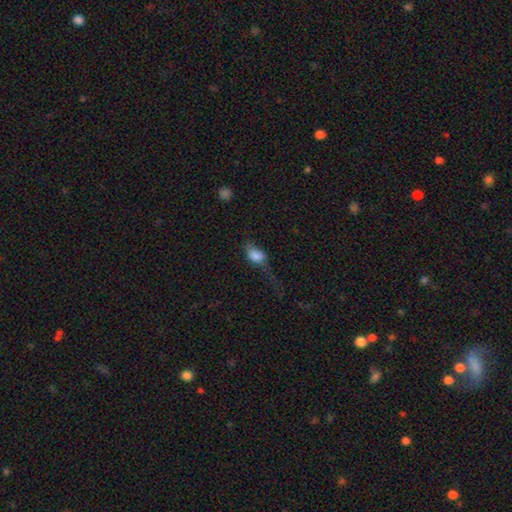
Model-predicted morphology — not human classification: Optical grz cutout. It shows a smooth galaxy with no disk features (72%) that is in between round and cigar-shaped (80%). Merging: major disturbance (51%).